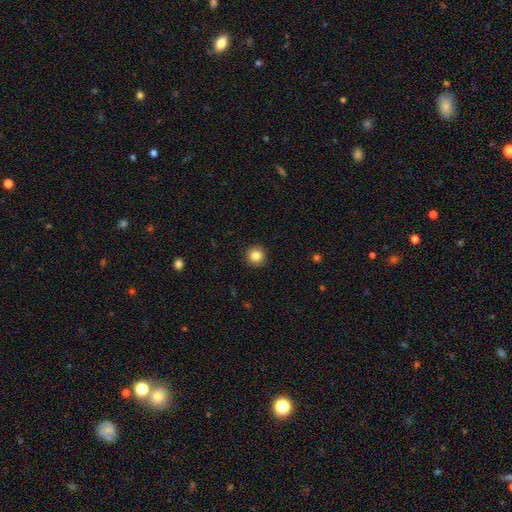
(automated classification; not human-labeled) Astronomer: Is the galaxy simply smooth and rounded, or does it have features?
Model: smooth — 85%.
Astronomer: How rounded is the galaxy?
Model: round — 95%.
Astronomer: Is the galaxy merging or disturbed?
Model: none — 93%.